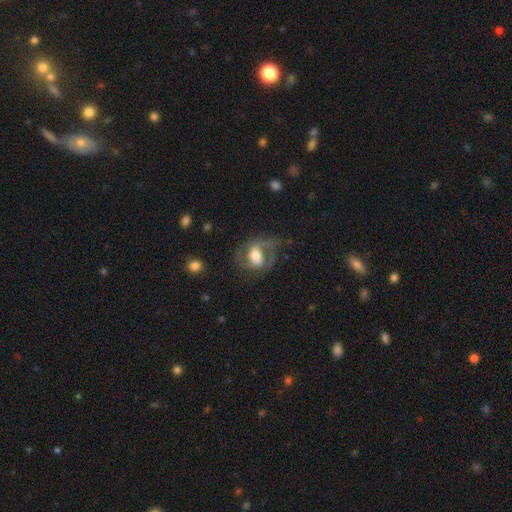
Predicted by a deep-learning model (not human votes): Overall: featured or disk (58%; smooth 35%). Edge-on disk: no (94%). Bar: weak (37%; no 34%). Spiral arms: yes (68%; no 32%). Bulge size: moderate (58%; large 24%). Merging: none (48%; major disturbance 28%).